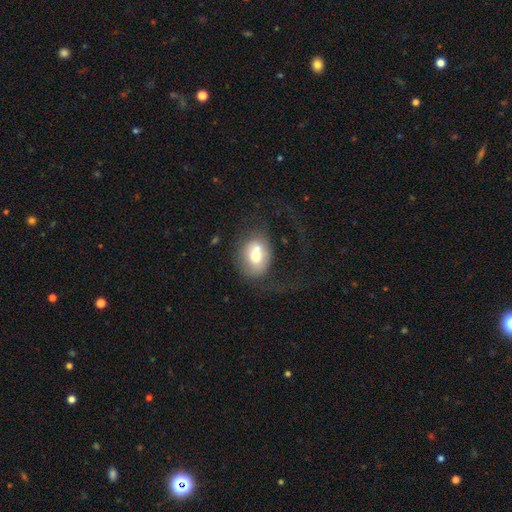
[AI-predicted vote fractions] smooth 61%, featured or disk 30%, star or artifact 9%. Down the decision tree: how rounded — round (53%); merging — none (35%).